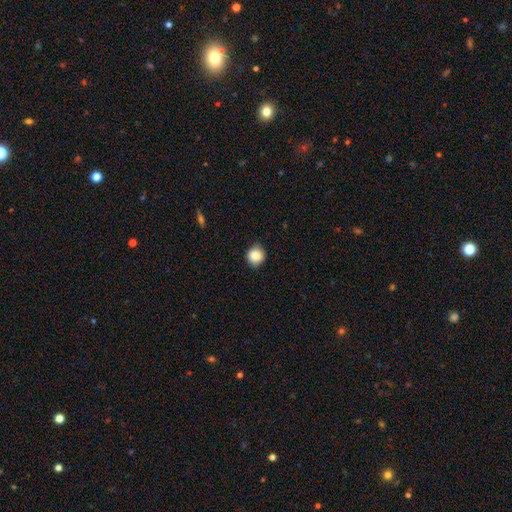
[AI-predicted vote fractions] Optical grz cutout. It shows a smooth galaxy with no disk features (84%) that is round (91%). Merging: none (89%).